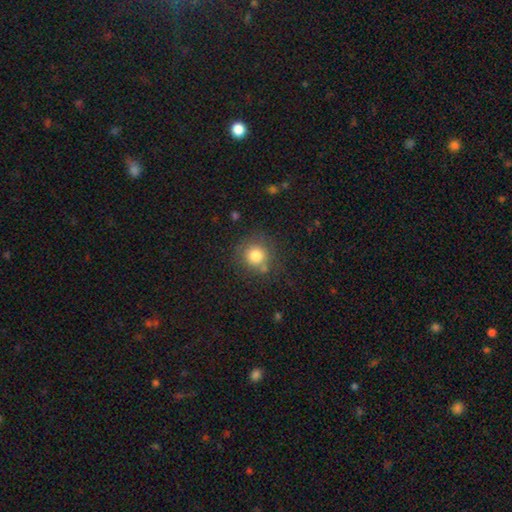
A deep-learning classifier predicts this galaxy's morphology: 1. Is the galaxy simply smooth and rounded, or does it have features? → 80% smooth, 11% star or artifact, 9% featured or disk.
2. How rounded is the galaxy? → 91% round, 8% in between, 1% cigar-shaped.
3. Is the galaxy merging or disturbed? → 73% none, 14% minor disturbance, 7% merger, 6% major disturbance.